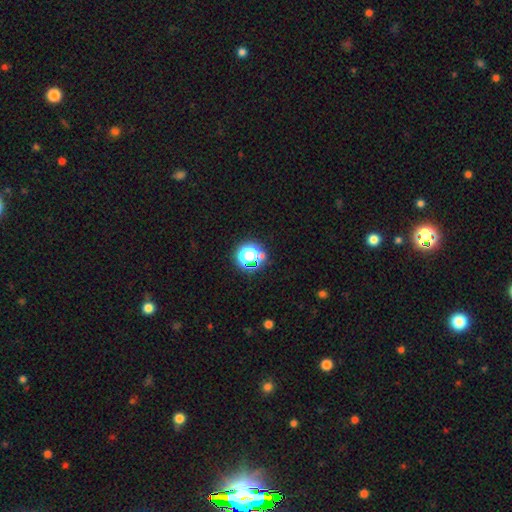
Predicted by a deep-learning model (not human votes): A smooth galaxy with no disk features (47%).

Vote fractions:
- Smooth or featured? smooth: 47% / star or artifact: 43% / featured or disk: 10%
- Merging? none: 76% / minor disturbance: 12% / major disturbance: 6% / merger: 5%